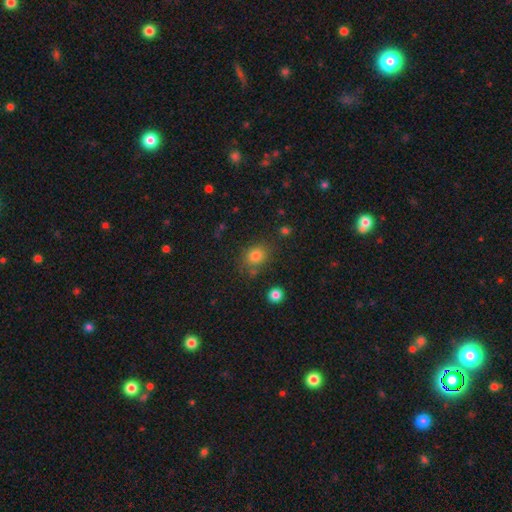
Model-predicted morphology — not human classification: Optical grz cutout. It shows a smooth galaxy with no disk features (80%) that is round (56%). Merging: none (75%).